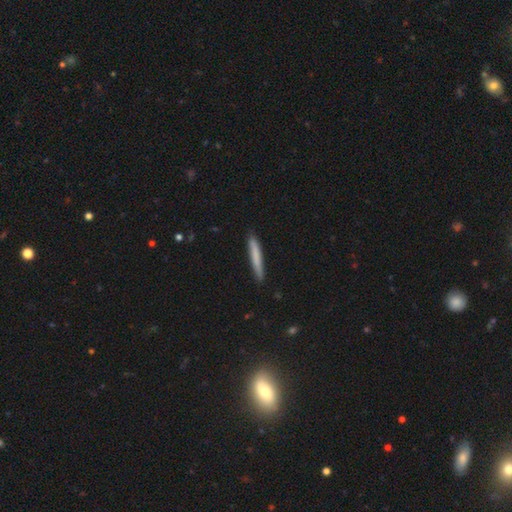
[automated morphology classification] smooth-or-featured: smooth: 74% | featured or disk: 20% | star or artifact: 5%
  how-rounded: cigar-shaped: 96% | in between: 3% | round: 1%
  merging: none: 89% | minor disturbance: 8% | major disturbance: 1% | merger: 1%